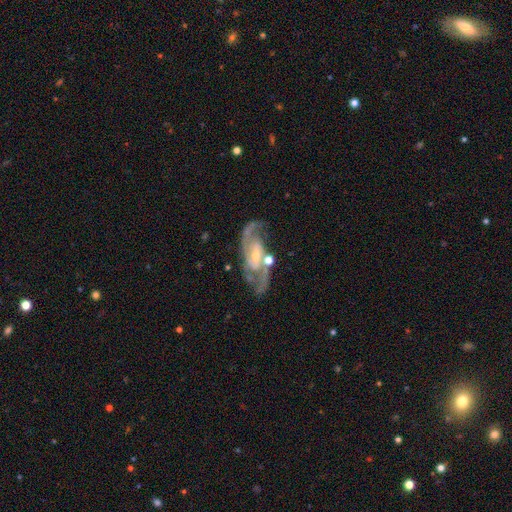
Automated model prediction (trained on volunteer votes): smooth-or-featured: featured or disk: 90% | star or artifact: 5% | smooth: 4%
  disk-edge-on: no: 96% | yes: 4%
    bar: weak: 47% | strong: 29% | no: 24%
    has-spiral-arms: yes: 98% | no: 2%
      spiral-winding: medium: 57% | tight: 26% | loose: 17%
      spiral-arm-count: 2: 89% | 3: 4% | can't tell: 4% | 1: 2% | 4: 1% | more than 4: 1%
    bulge-size: small: 57% | moderate: 35% | none: 5% | large: 2% | dominant: 1%
  merging: none: 68% | minor disturbance: 15% | merger: 10% | major disturbance: 7%